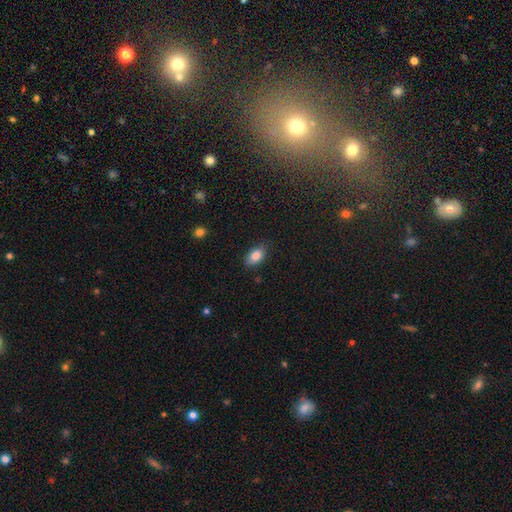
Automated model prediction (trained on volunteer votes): smooth 85%, featured or disk 8%, star or artifact 8%. Down the decision tree: how rounded — in between (90%); merging — none (83%).